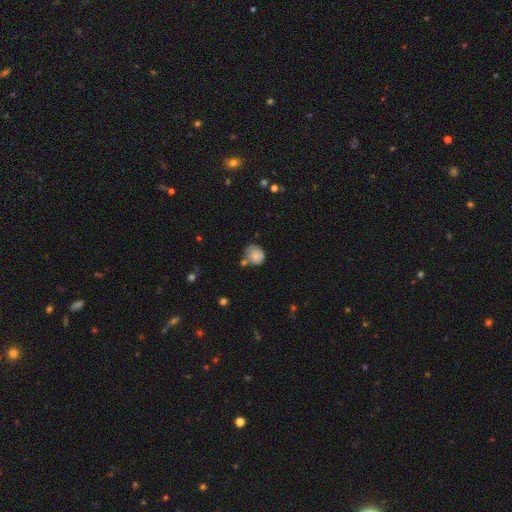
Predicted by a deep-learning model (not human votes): A smooth galaxy with no disk features (73%) that is round (72%). Merging: none (49%).